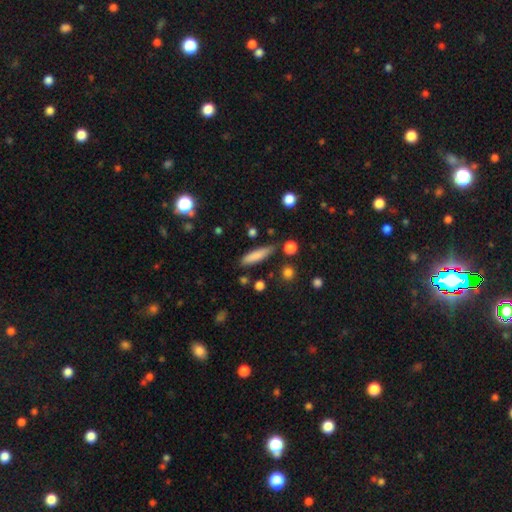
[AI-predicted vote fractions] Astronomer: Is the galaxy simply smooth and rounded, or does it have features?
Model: smooth — 81%.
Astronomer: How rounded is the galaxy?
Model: cigar-shaped — 73%.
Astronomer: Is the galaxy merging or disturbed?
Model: none — 79%.